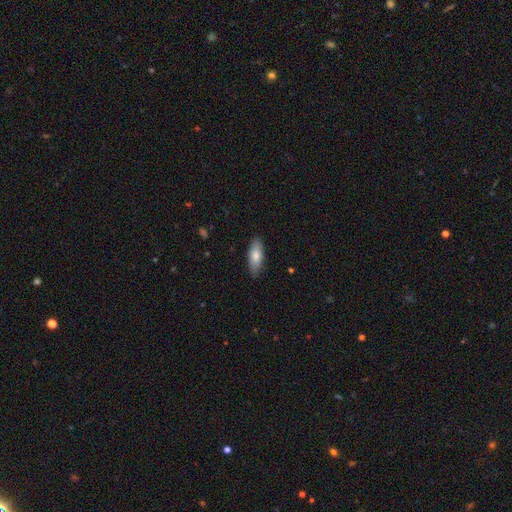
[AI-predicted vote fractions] Smooth or featured: smooth — 79% (featured or disk — 15%)
How rounded: in between — 73% (cigar-shaped — 25%)
Merging: none — 87% (minor disturbance — 10%)